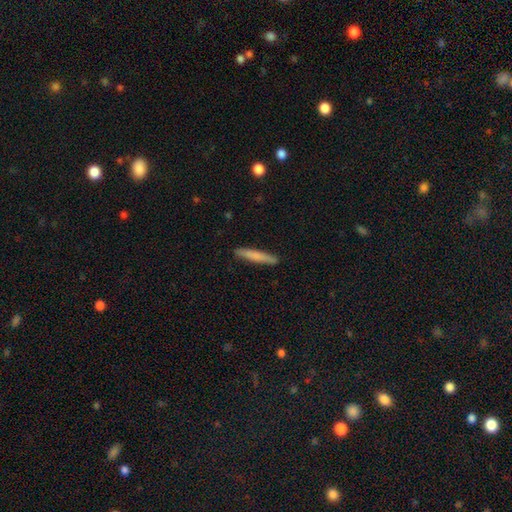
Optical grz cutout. It shows a smooth galaxy with no disk features (64%) that is cigar-shaped (92%). Merging: none (95%).